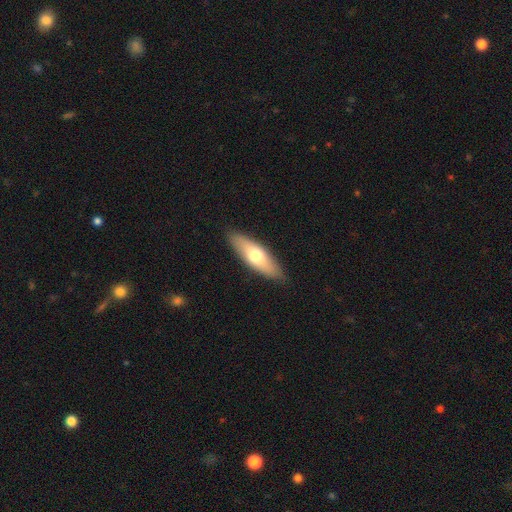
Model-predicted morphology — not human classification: smooth-or-featured: smooth: 63% | featured or disk: 32% | star or artifact: 5%
  how-rounded: in between: 54% | cigar-shaped: 44% | round: 2%
  merging: none: 88% | minor disturbance: 9% | major disturbance: 2% | merger: 1%